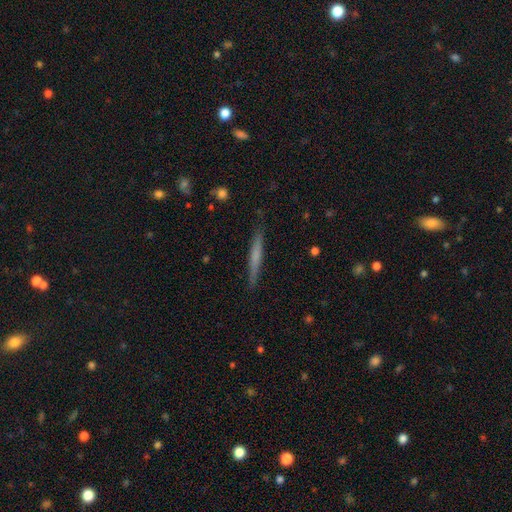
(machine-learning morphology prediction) Smooth or featured?
  - smooth: 52% *
  - featured or disk: 42%
  - star or artifact: 6%
How rounded?
  - cigar-shaped: 96% *
  - in between: 3%
  - round: 1%
Merging?
  - none: 87% *
  - minor disturbance: 10%
  - major disturbance: 2%
  - merger: 1%